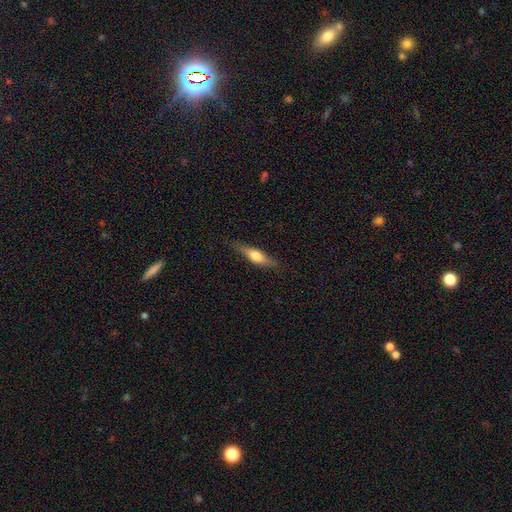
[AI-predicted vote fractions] Smooth or featured? Predicted: smooth (p=0.54). How rounded? Predicted: cigar-shaped (p=0.67). Merging? Predicted: none (p=0.79).